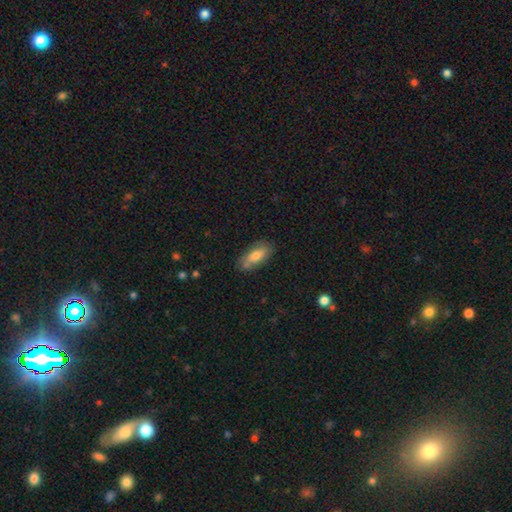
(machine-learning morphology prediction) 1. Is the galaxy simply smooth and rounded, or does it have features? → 76% smooth, 18% featured or disk, 7% star or artifact.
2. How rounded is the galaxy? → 74% in between, 23% cigar-shaped, 3% round.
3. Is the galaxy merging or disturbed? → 74% none, 17% minor disturbance, 5% merger, 4% major disturbance.